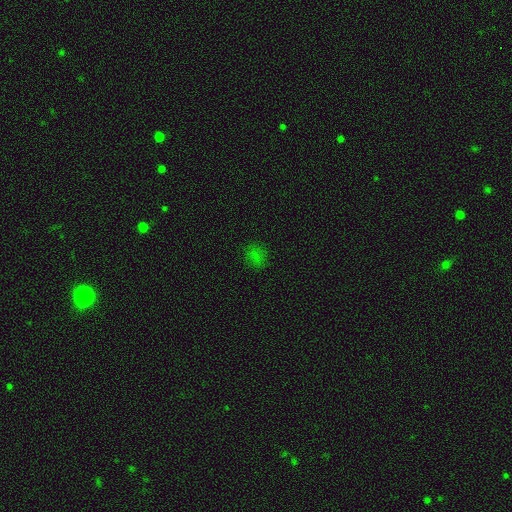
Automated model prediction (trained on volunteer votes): A smooth galaxy with no disk features (68%) that is round (65%).

Vote fractions:
- Smooth or featured? smooth: 68% / star or artifact: 25% / featured or disk: 7%
- How rounded? round: 65% / in between: 33% / cigar-shaped: 2%
- Merging? none: 80% / minor disturbance: 14% / major disturbance: 5% / merger: 2%